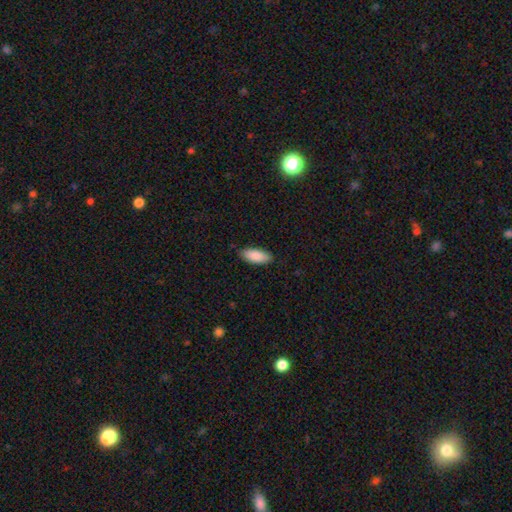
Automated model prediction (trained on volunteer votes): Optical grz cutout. It shows a smooth galaxy with no disk features (88%) that is in between round and cigar-shaped (84%). Merging: none (85%).